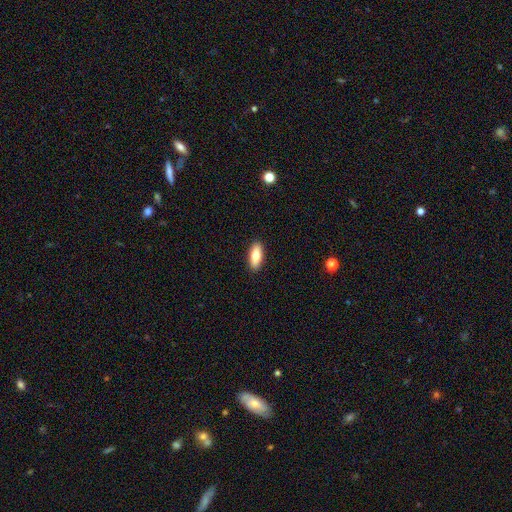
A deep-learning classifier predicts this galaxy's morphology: This appears to be a smooth galaxy with no disk features (75%) that is in between round and cigar-shaped (74%). Merging: none (90%).